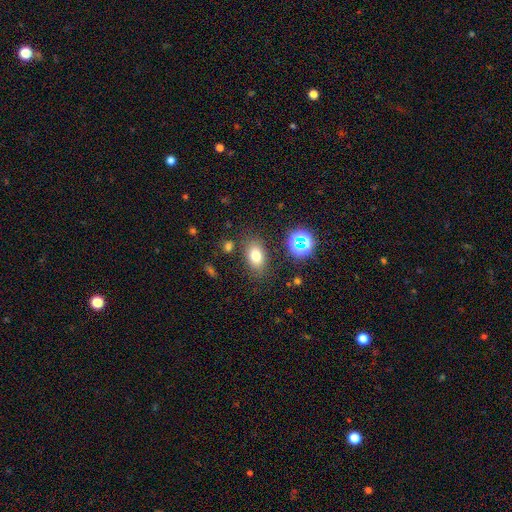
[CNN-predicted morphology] A smooth galaxy with no disk features (73%) that is in between round and cigar-shaped (81%). Merging: none (80%).